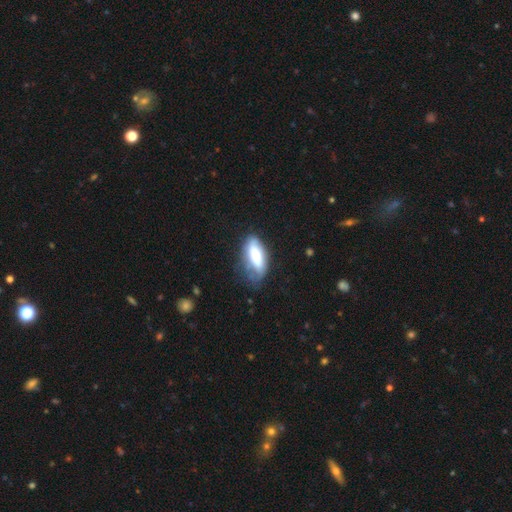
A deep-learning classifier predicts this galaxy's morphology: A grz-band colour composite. It shows a smooth galaxy with no disk features (69%) that is in between round and cigar-shaped (79%). Merging: none (47%).